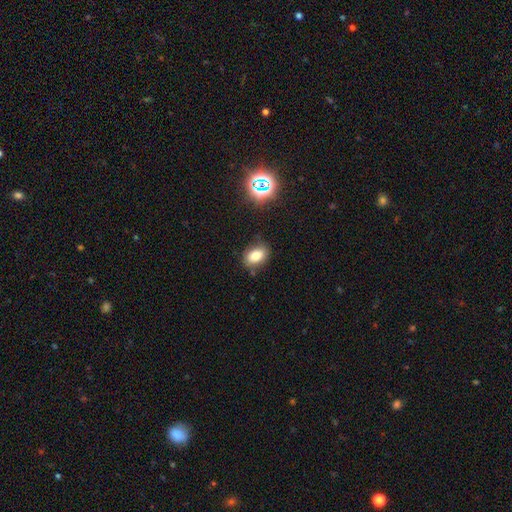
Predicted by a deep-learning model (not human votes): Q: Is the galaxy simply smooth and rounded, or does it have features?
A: smooth — 78%.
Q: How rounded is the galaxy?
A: in between — 82%.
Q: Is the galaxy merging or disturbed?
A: none — 80%.